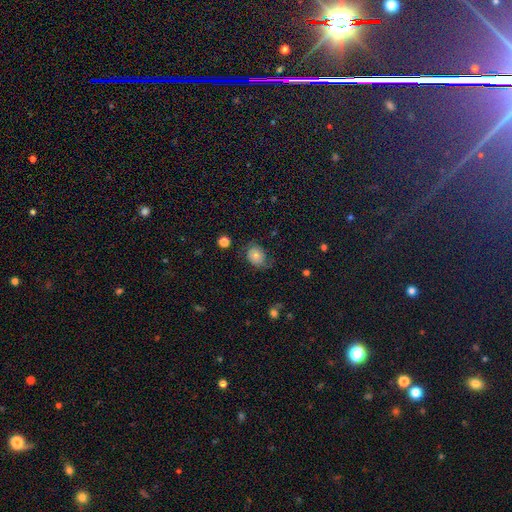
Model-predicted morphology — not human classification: smooth-or-featured: smooth: 63% | featured or disk: 26% | star or artifact: 11%
  how-rounded: round: 54% | in between: 45% | cigar-shaped: 1%
  merging: none: 56% | minor disturbance: 27% | major disturbance: 15% | merger: 2%